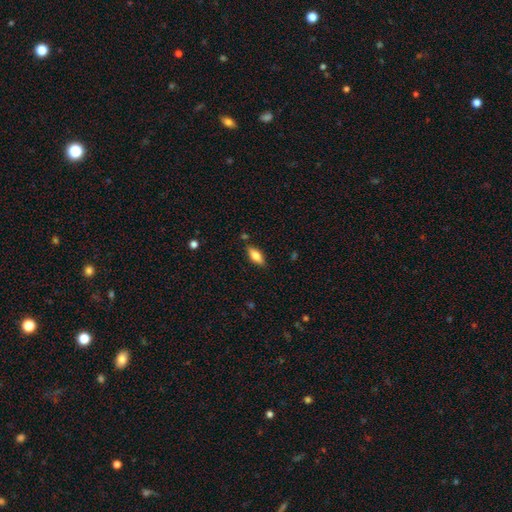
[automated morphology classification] A smooth galaxy with no disk features (72%) that is in between round and cigar-shaped (77%).

Vote fractions:
- Smooth or featured? smooth: 72% / featured or disk: 21% / star or artifact: 7%
- How rounded? in between: 77% / cigar-shaped: 21% / round: 2%
- Merging? none: 82% / minor disturbance: 12% / merger: 3% / major disturbance: 3%